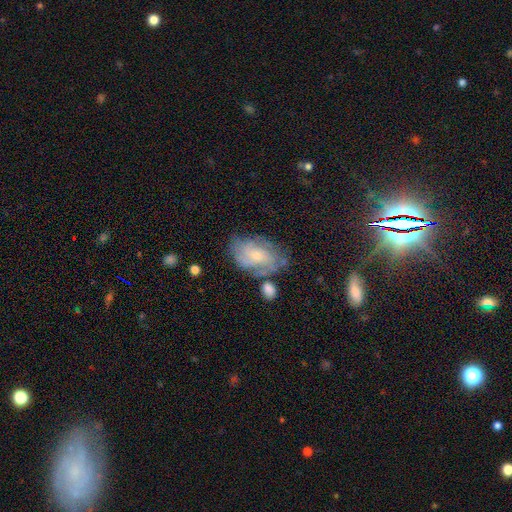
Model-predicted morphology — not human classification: This appears to be a featured or disk galaxy (62%) with no bar (66%), spiral arms (81%) and a small central bulge (57%). Merging: none (58%).